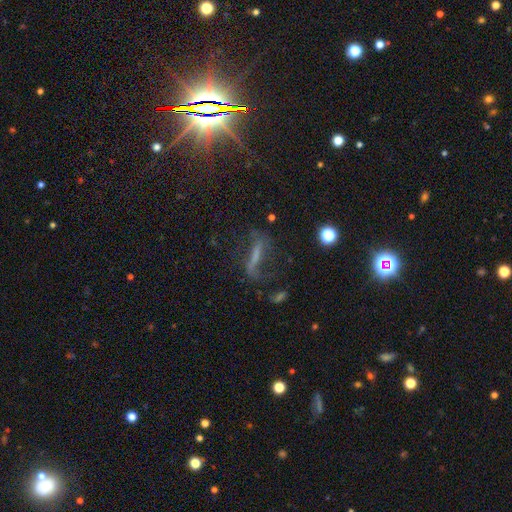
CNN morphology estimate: Smooth or featured? Predicted: featured or disk (p=0.51). Edge-on disk? Predicted: no (p=0.67). Merging? Predicted: none (p=0.52).